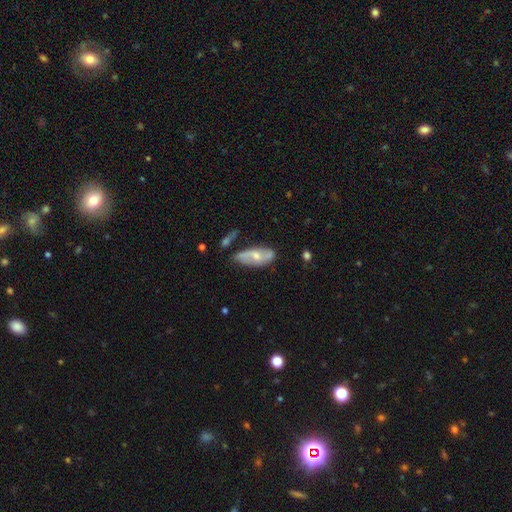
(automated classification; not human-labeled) A featured or disk galaxy (59%) with no bar (55%), spiral arms (77%) and a moderate central bulge (53%). Merging: none (61%).